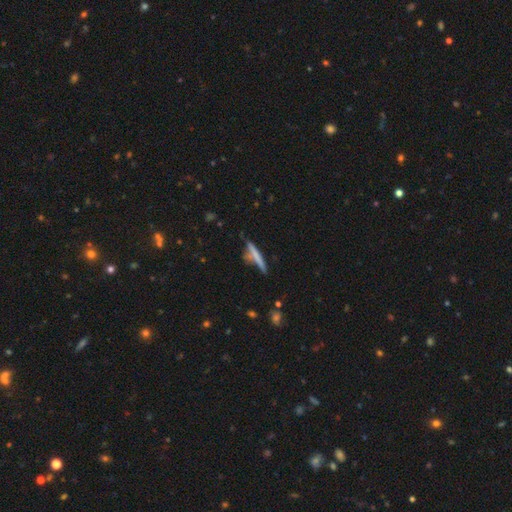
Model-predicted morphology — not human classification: This is possibly a smooth galaxy (57%). How rounded: clearly cigar-shaped (94%). Merging: likely none (65%).